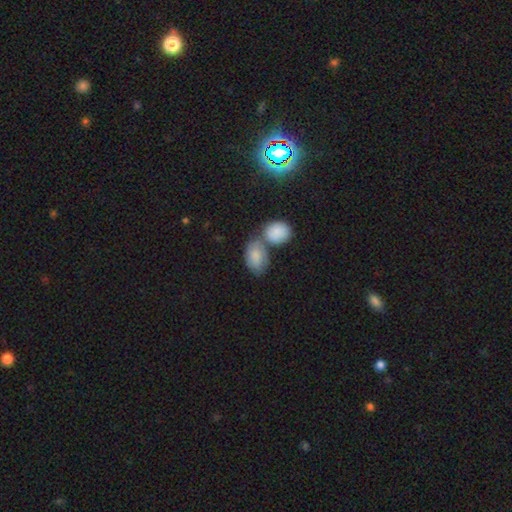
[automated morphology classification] Overall: smooth (81%). How rounded: in between (87%). Merging: merger (50%; none 32%).